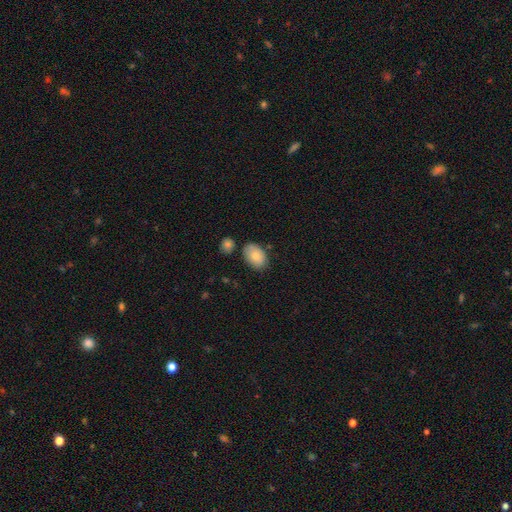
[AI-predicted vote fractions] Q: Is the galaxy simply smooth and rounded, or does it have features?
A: smooth — 83%.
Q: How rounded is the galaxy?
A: in between — 87%.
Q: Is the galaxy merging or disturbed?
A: none — 72%.